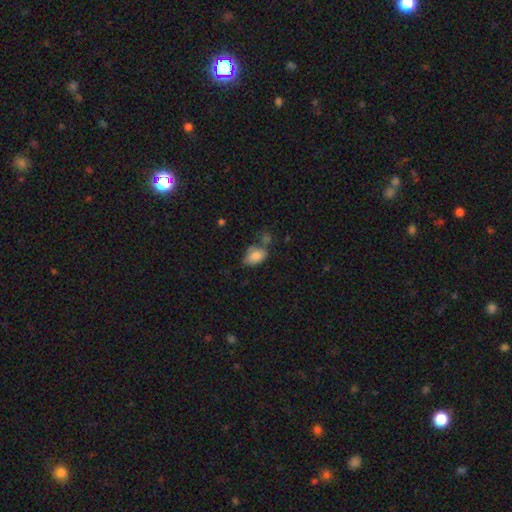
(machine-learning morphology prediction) type=smooth (83%); roundness=in between (91%); merging=none (49%).